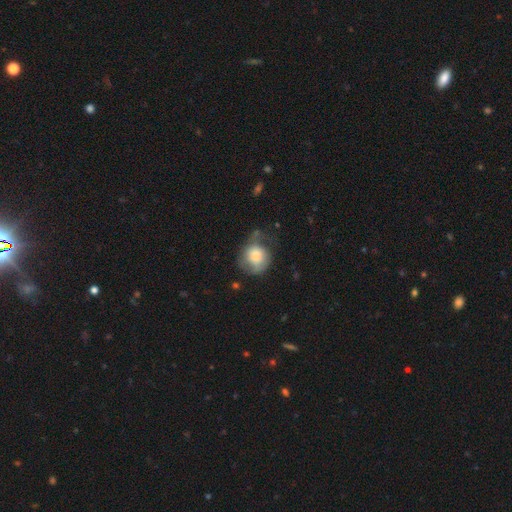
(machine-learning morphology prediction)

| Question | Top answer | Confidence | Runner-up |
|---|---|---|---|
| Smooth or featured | smooth | 73% | featured or disk (19%) |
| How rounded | round | 72% | in between (27%) |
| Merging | minor disturbance | 34% | none (33%) |